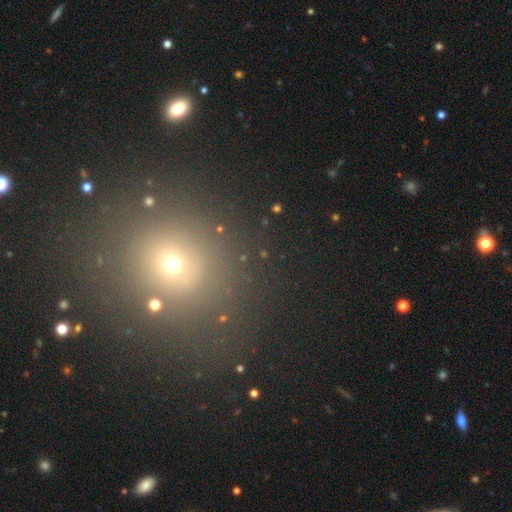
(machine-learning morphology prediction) smooth 50%, star or artifact 41%, featured or disk 9%. Down the decision tree: merging — none (85%).